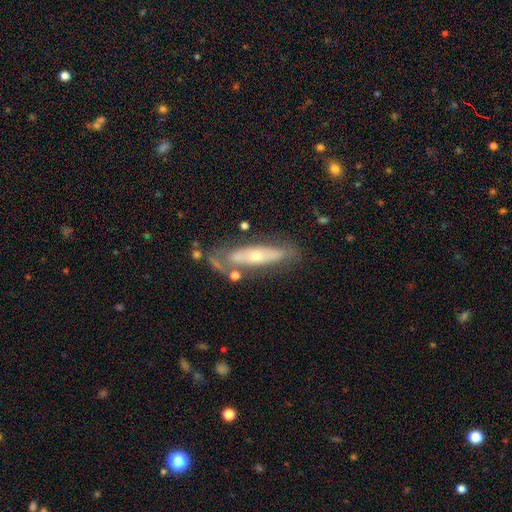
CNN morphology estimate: Smooth or featured? Predicted: featured or disk (p=0.63). Edge-on disk? Predicted: no (p=0.59). Merging? Predicted: none (p=0.62).